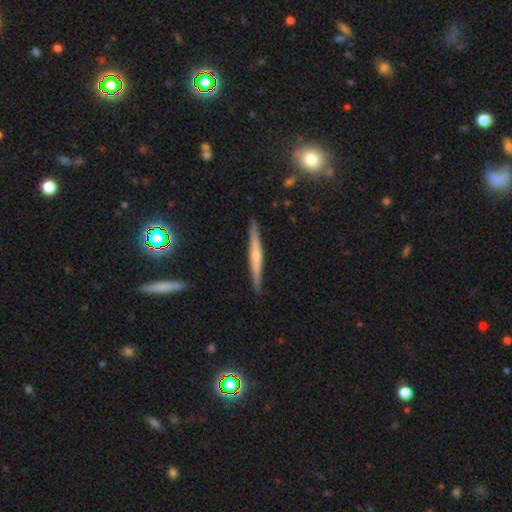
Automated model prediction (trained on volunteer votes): smooth-or-featured: featured or disk: 59% | smooth: 34% | star or artifact: 7%
  disk-edge-on: yes: 97% | no: 3%
    edge-on-bulge: rounded: 54% | none: 37% | boxy: 9%
  merging: none: 90% | minor disturbance: 7% | major disturbance: 1% | merger: 1%